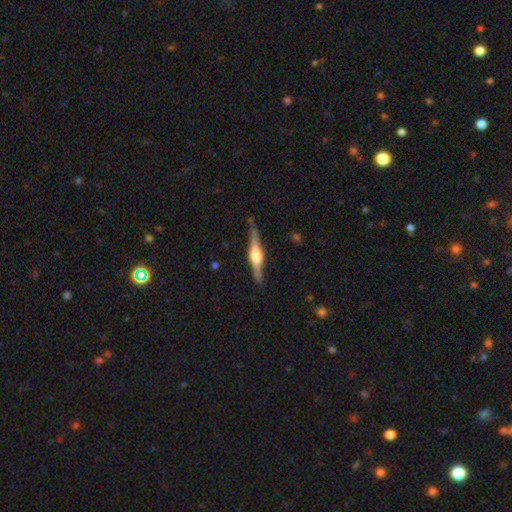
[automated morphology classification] featured or disk 78%, smooth 16%, star or artifact 5%. Down the decision tree: edge-on disk — yes (98%); edge-on bulge — rounded (87%); merging — none (88%).